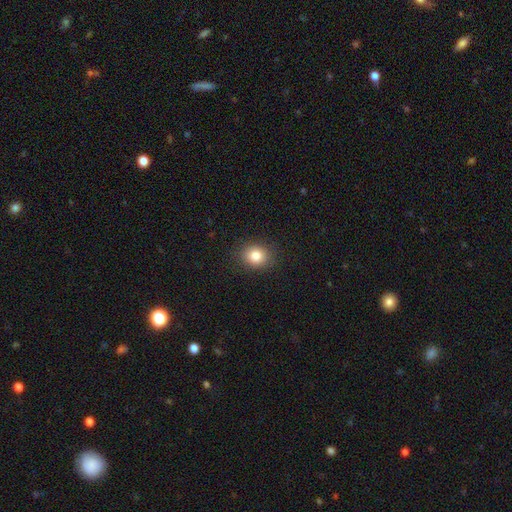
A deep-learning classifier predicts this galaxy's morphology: The model was most divided on "how rounded": round: 65%, in between: 34%, cigar-shaped: 1%. More confident: merging — none (89%); smooth or featured — smooth (82%).